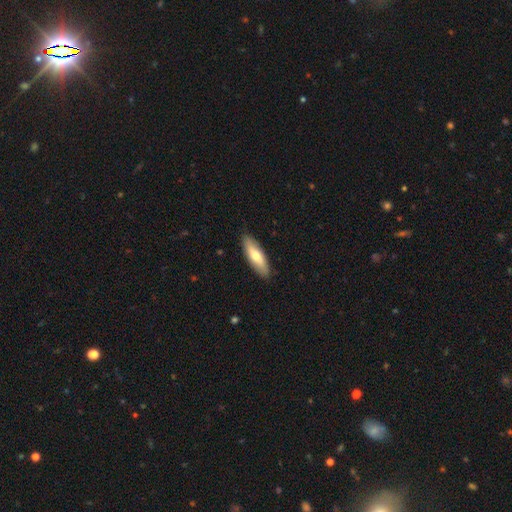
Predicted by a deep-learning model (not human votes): smooth 65%, featured or disk 30%, star or artifact 5%. Down the decision tree: how rounded — cigar-shaped (52%); merging — none (88%).